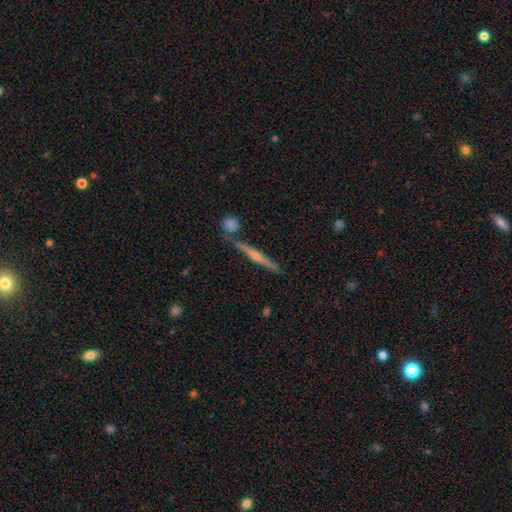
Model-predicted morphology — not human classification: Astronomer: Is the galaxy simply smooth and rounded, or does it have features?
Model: featured or disk — 67%.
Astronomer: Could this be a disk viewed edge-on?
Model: yes — 94%.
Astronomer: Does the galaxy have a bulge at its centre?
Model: rounded — 79%.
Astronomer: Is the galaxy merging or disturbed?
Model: none — 72%.